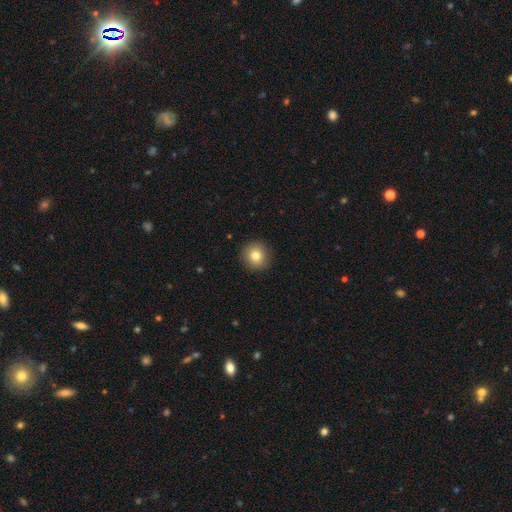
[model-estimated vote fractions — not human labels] Smooth or featured?
  - smooth: 80% *
  - star or artifact: 10%
  - featured or disk: 9%
How rounded?
  - round: 94% *
  - in between: 5%
  - cigar-shaped: 1%
Merging?
  - none: 92% *
  - minor disturbance: 5%
  - major disturbance: 2%
  - merger: 1%